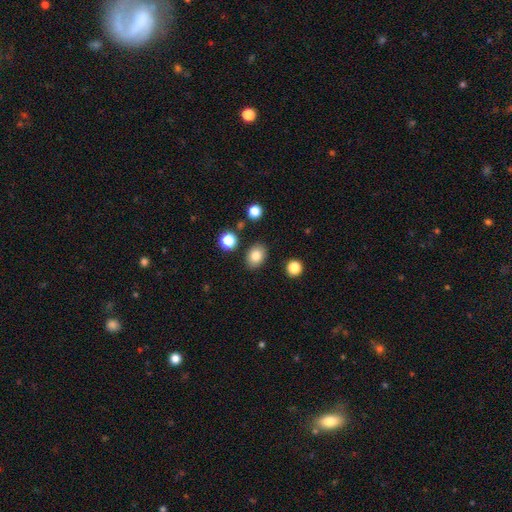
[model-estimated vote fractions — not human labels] smooth-or-featured: smooth: 83% | star or artifact: 10% | featured or disk: 8%
  how-rounded: in between: 70% | round: 29% | cigar-shaped: 1%
  merging: none: 87% | minor disturbance: 8% | merger: 3% | major disturbance: 2%